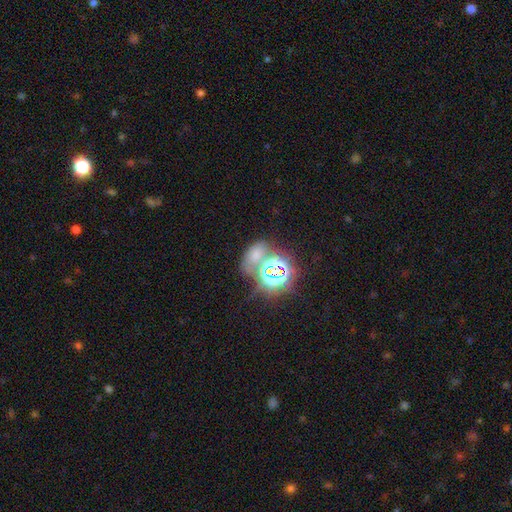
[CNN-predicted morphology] Smooth or featured? Predicted: smooth (p=0.45). Merging? Predicted: none (p=0.47).